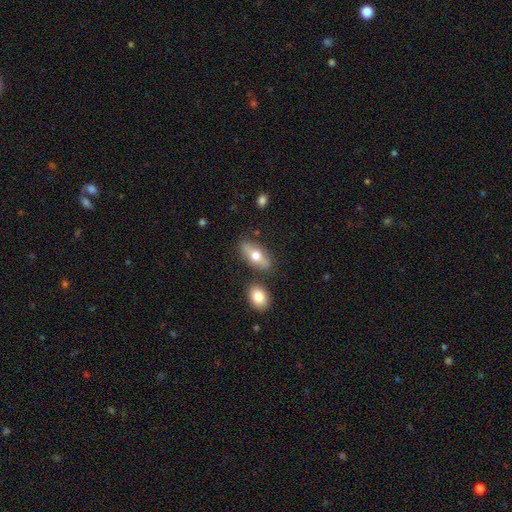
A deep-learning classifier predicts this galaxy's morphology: smooth 59%, featured or disk 34%, star or artifact 7%. Down the decision tree: how rounded — in between (83%); merging — none (77%).